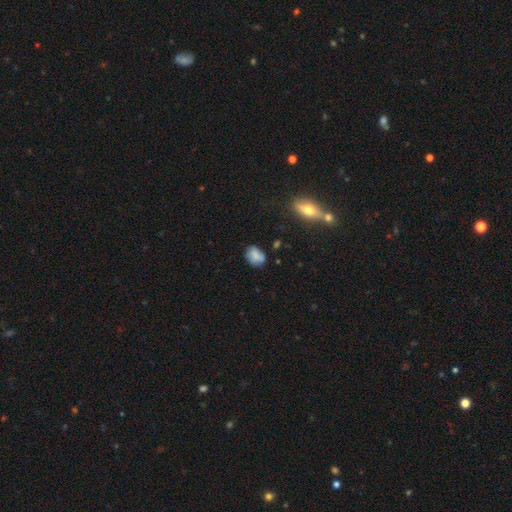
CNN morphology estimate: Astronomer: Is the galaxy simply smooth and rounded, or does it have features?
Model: smooth — 72%.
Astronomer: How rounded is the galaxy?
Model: in between — 73%.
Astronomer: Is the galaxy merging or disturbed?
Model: none — 59%.